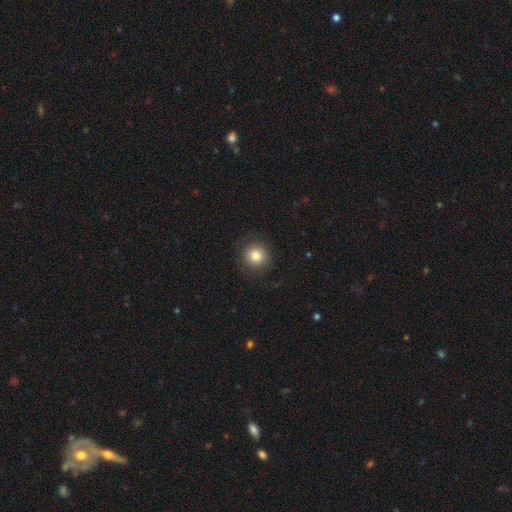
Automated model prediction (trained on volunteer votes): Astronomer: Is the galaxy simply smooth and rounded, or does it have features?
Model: smooth — 82%.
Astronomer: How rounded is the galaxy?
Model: round — 92%.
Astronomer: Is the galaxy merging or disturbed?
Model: none — 87%.